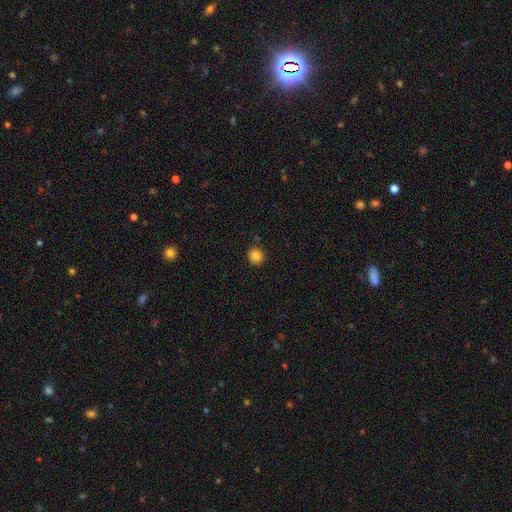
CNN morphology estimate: smooth_or_featured: smooth (p=0.84) [alt: star or artifact p=0.11]
how_rounded: round (p=0.89) [alt: in between p=0.10]
merging: none (p=0.89) [alt: minor disturbance p=0.07]